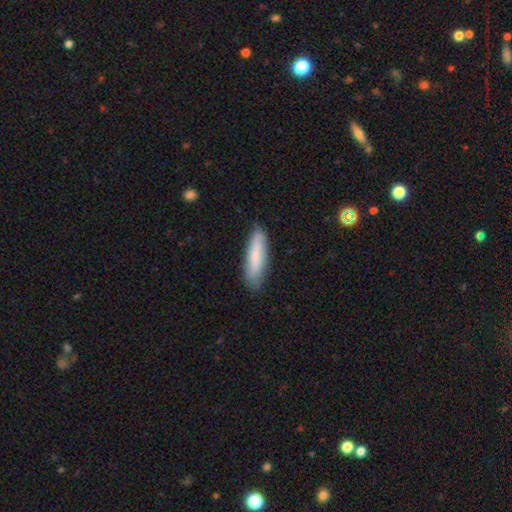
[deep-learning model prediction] The model was most divided on "how rounded": cigar-shaped: 71%, in between: 28%, round: 1%. More confident: merging — none (83%); smooth or featured — smooth (78%).